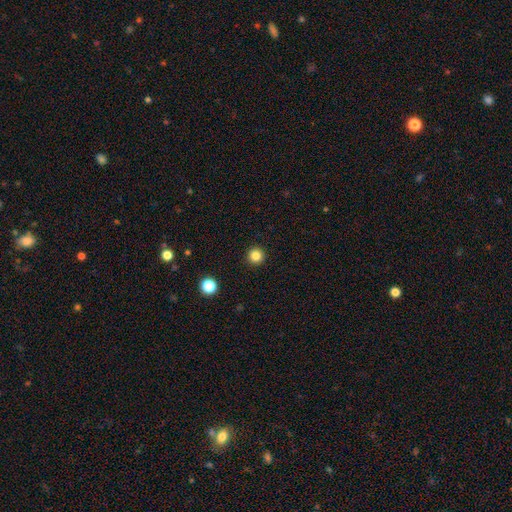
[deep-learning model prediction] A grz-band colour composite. It shows a smooth galaxy with no disk features (83%) that is round (96%). Merging: none (94%).